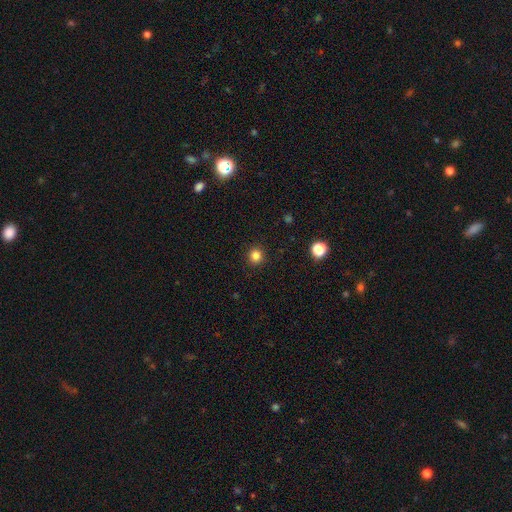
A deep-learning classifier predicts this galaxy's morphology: Smooth or featured?
  - smooth: 83% *
  - star or artifact: 13%
  - featured or disk: 4%
How rounded?
  - round: 93% *
  - in between: 6%
  - cigar-shaped: 1%
Merging?
  - none: 92% *
  - minor disturbance: 5%
  - major disturbance: 2%
  - merger: 1%